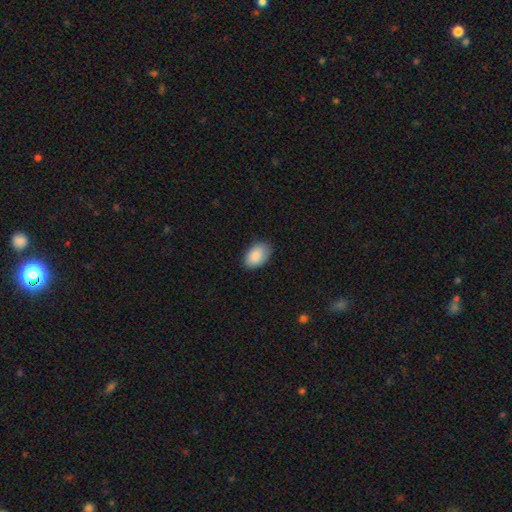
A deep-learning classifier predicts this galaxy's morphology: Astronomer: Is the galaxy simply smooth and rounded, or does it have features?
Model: smooth — 88%.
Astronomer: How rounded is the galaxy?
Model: in between — 91%.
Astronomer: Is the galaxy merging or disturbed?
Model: none — 81%.